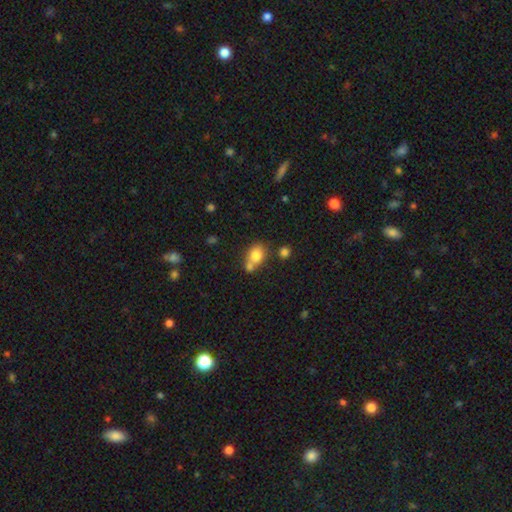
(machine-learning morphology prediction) A smooth galaxy with no disk features (78%) that is in between round and cigar-shaped (53%).

Vote fractions:
- Smooth or featured? smooth: 78% / featured or disk: 12% / star or artifact: 10%
- How rounded? in between: 53% / round: 46% / cigar-shaped: 1%
- Merging? none: 42% / merger: 40% / minor disturbance: 13% / major disturbance: 5%